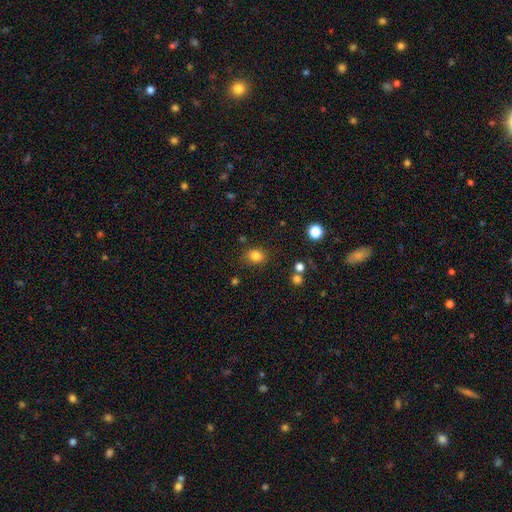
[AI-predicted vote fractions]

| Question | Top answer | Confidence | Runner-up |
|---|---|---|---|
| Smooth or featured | smooth | 82% | star or artifact (12%) |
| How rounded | round | 55% | in between (44%) |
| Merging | none | 80% | minor disturbance (14%) |